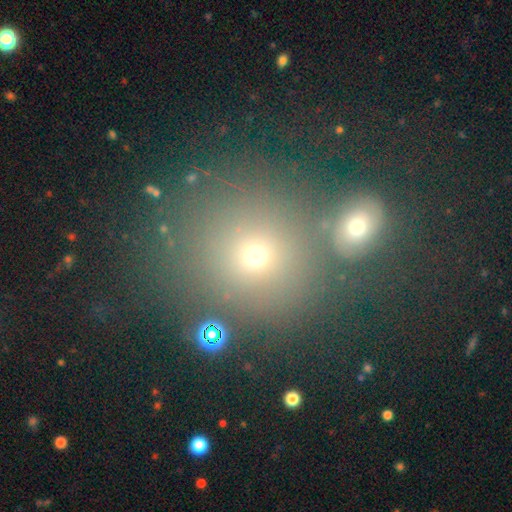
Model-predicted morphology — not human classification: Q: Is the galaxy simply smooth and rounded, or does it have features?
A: smooth — 67%.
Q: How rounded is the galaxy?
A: round — 80%.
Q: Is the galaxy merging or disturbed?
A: none — 67%.